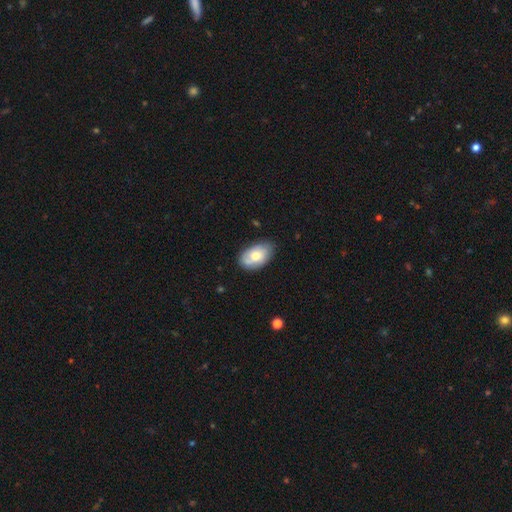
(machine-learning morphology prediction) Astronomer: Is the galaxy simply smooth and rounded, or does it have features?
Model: smooth — 61%.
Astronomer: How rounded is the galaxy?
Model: in between — 90%.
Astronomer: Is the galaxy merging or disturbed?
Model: none — 73%.